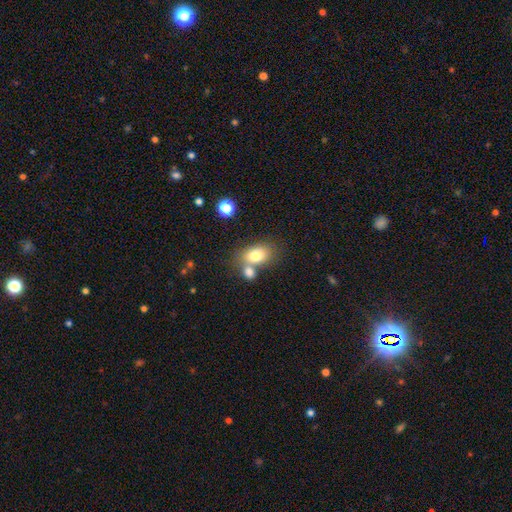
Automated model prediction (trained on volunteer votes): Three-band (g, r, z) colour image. It shows a smooth galaxy with no disk features (77%) that is in between round and cigar-shaped (78%). Merging: none (47%).